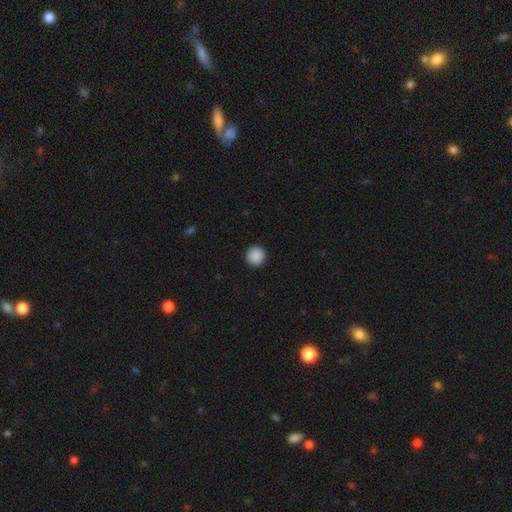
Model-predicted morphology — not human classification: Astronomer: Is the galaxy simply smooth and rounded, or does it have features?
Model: smooth — 90%.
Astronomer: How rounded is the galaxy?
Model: round — 96%.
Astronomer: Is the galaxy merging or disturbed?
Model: none — 94%.